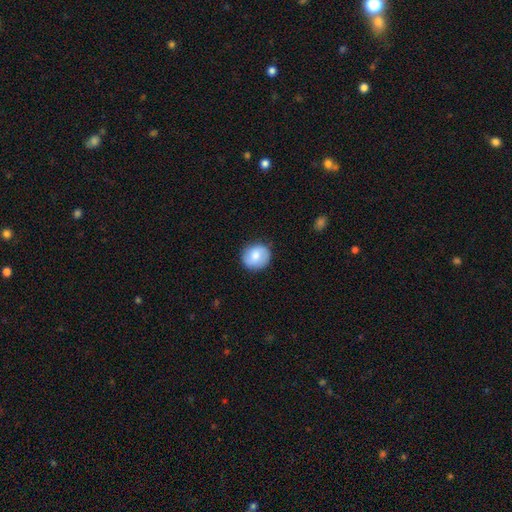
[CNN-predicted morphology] smooth_or_featured: smooth (p=0.76) [alt: featured or disk p=0.18]
how_rounded: round (p=0.84) [alt: in between p=0.15]
merging: none (p=0.86) [alt: minor disturbance p=0.11]